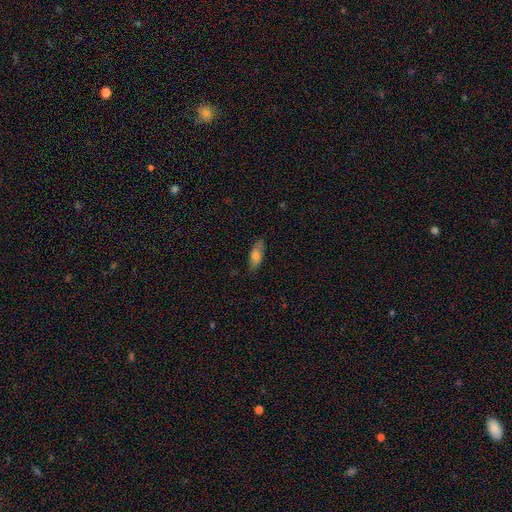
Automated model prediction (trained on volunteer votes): Smooth or featured: smooth — 73% (featured or disk — 20%)
How rounded: in between — 71% (cigar-shaped — 26%)
Merging: none — 78% (minor disturbance — 17%)